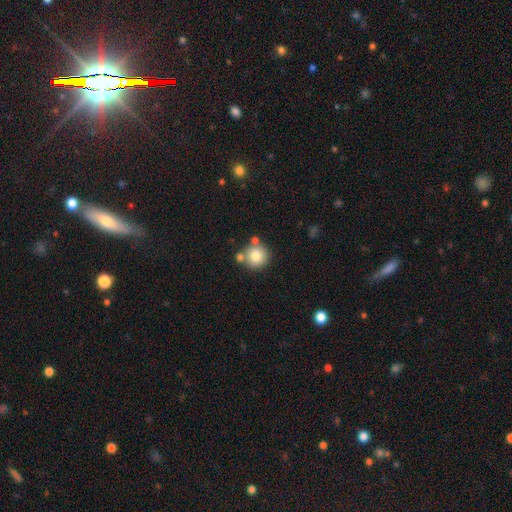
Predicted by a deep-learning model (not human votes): Smooth or featured?
  - smooth: 78% *
  - featured or disk: 12%
  - star or artifact: 10%
How rounded?
  - round: 93% *
  - in between: 6%
  - cigar-shaped: 1%
Merging?
  - none: 68% *
  - merger: 18%
  - minor disturbance: 10%
  - major disturbance: 3%